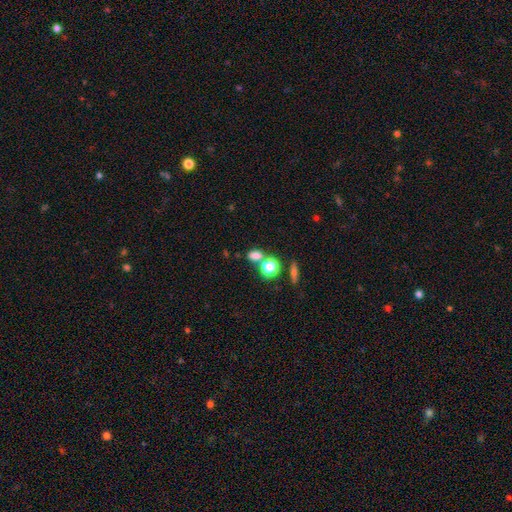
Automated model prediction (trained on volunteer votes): This appears to be a smooth galaxy with no disk features (73%) that is in between round and cigar-shaped (62%). Merging: none (60%).